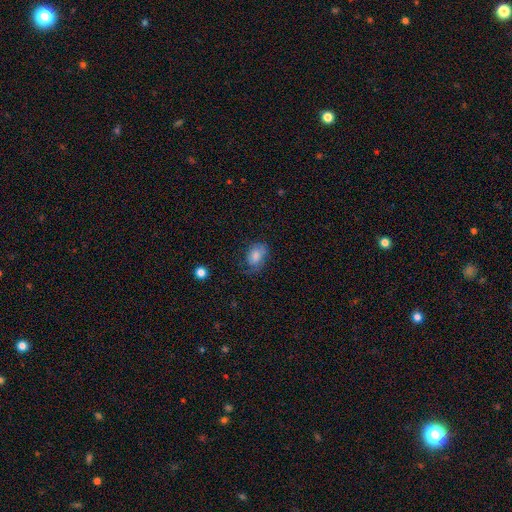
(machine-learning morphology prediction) Smooth or featured? Predicted: smooth (p=0.71). How rounded? Predicted: in between (p=0.78). Merging? Predicted: none (p=0.56).